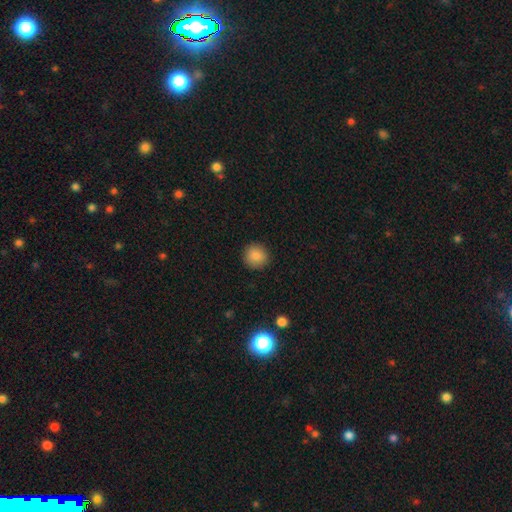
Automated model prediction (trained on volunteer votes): smooth-or-featured: smooth: 87% | star or artifact: 9% | featured or disk: 4%
  how-rounded: round: 93% | in between: 6% | cigar-shaped: 1%
  merging: none: 91% | minor disturbance: 6% | major disturbance: 2% | merger: 1%